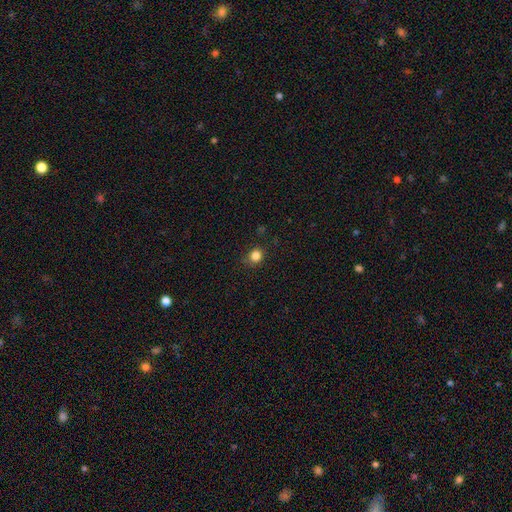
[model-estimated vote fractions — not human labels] smooth_or_featured: smooth (p=0.84) [alt: star or artifact p=0.12]
how_rounded: round (p=0.82) [alt: in between p=0.18]
merging: none (p=0.84) [alt: minor disturbance p=0.12]